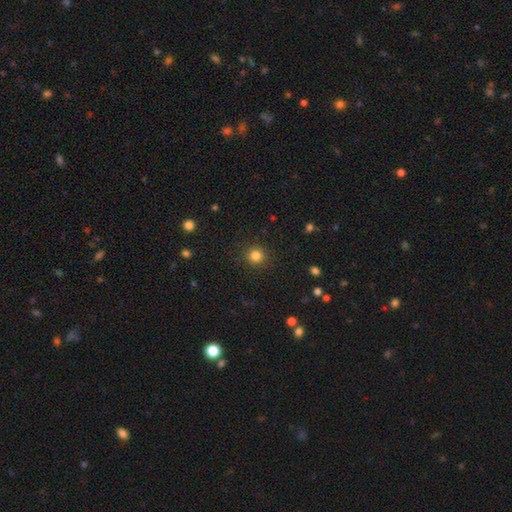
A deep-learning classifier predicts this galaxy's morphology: Smooth or featured? Predicted: smooth (p=0.83). How rounded? Predicted: round (p=0.92). Merging? Predicted: none (p=0.89).